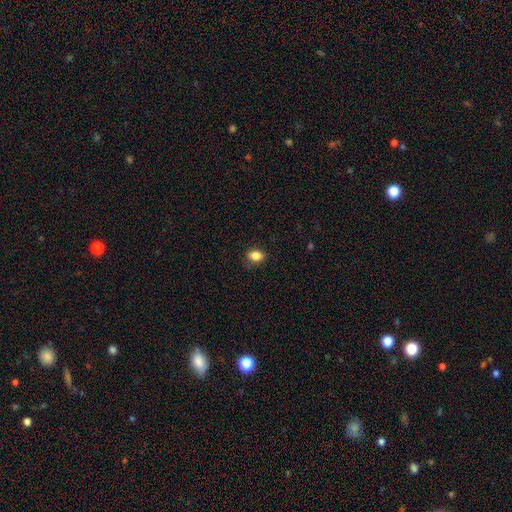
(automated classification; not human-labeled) This appears to be a smooth galaxy with no disk features (85%) that is in between round and cigar-shaped (71%). Merging: none (84%).